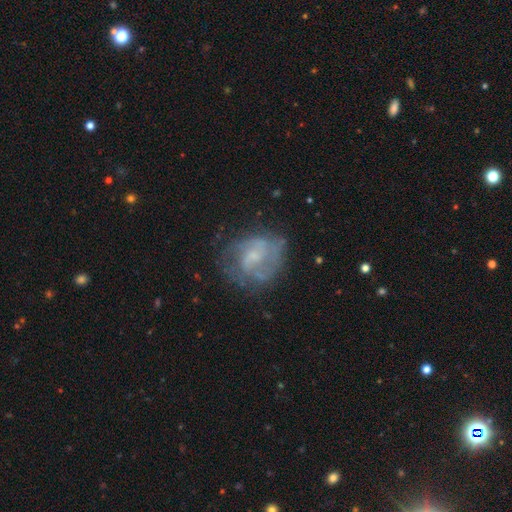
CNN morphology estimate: smooth-or-featured: featured or disk: 70% | smooth: 21% | star or artifact: 9%
  disk-edge-on: no: 97% | yes: 3%
    bar: no: 51% | weak: 42% | strong: 7%
    has-spiral-arms: yes: 79% | no: 21%
      spiral-winding: medium: 44% | tight: 34% | loose: 22%
      spiral-arm-count: 2: 44% | can't tell: 32% | 3: 11% | 1: 7% | 4: 3% | more than 4: 3%
    bulge-size: small: 53% | moderate: 24% | none: 21% | large: 2% | dominant: 1%
  merging: none: 62% | minor disturbance: 21% | major disturbance: 15% | merger: 2%